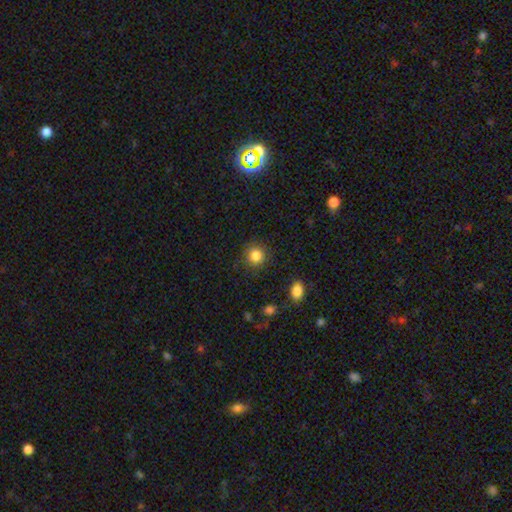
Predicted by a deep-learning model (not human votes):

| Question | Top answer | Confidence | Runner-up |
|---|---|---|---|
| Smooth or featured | smooth | 85% | star or artifact (10%) |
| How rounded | round | 91% | in between (9%) |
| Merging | none | 88% | minor disturbance (8%) |